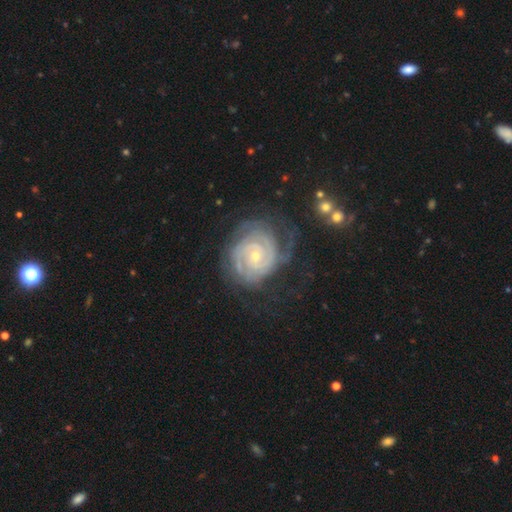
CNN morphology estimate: A featured or disk galaxy (90%) with no bar (66%), 2 (38%) tight (80%) spiral arms (98%) and a small central bulge (70%). Merging: none (64%).